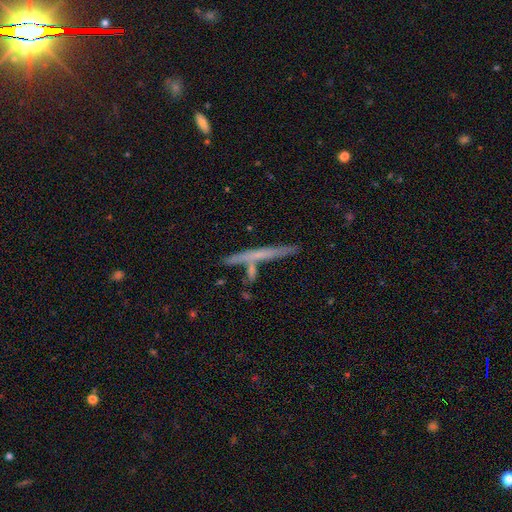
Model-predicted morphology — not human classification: This is possibly a featured or disk galaxy (50%). Merging: likely none (77%).